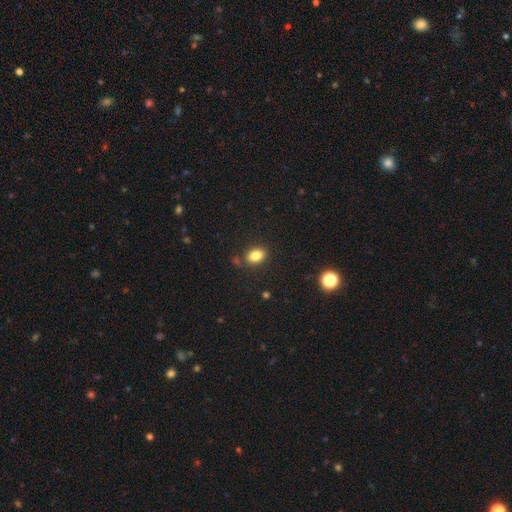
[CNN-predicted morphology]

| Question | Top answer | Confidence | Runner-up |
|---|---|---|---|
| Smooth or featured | smooth | 83% | star or artifact (10%) |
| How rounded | in between | 75% | round (23%) |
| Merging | none | 81% | minor disturbance (12%) |